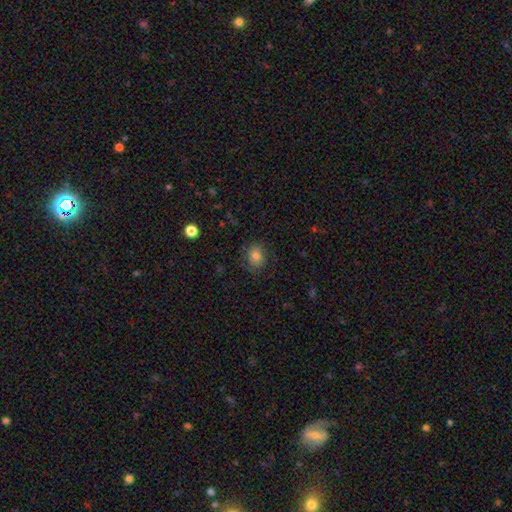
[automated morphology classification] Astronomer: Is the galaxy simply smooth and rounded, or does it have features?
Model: smooth — 79%.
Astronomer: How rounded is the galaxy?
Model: round — 61% (runner-up: in between, 38%).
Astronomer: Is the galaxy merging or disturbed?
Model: none — 81%.